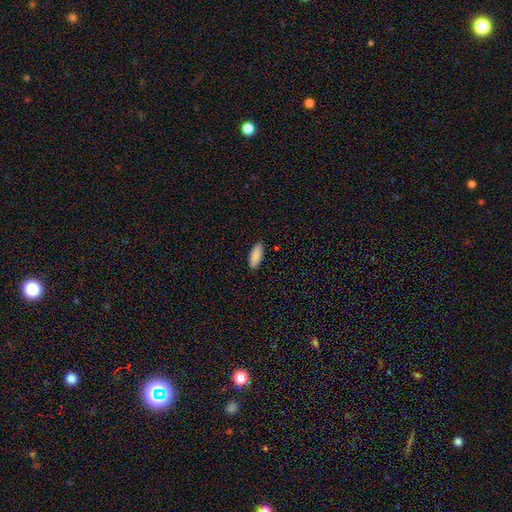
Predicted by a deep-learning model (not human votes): smooth_or_featured: smooth (p=0.90) [alt: star or artifact p=0.06]
how_rounded: in between (p=0.80) [alt: cigar-shaped p=0.18]
merging: none (p=0.87) [alt: minor disturbance p=0.10]